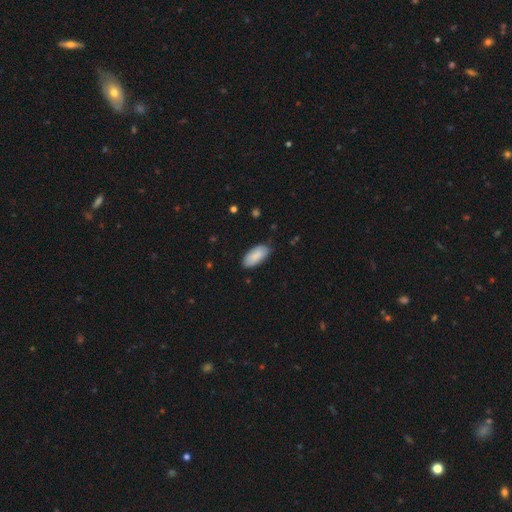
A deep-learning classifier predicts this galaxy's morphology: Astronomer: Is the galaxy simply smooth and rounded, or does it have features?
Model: smooth — 87%.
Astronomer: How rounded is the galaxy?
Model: in between — 91%.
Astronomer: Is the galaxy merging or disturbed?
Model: none — 78%.